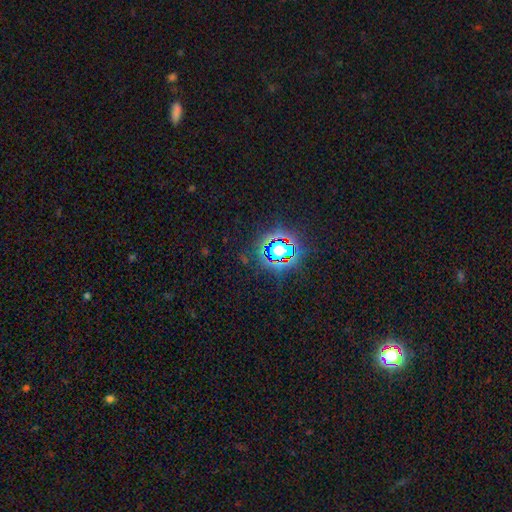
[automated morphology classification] Smooth or featured: star or artifact — 80% (smooth — 13%)